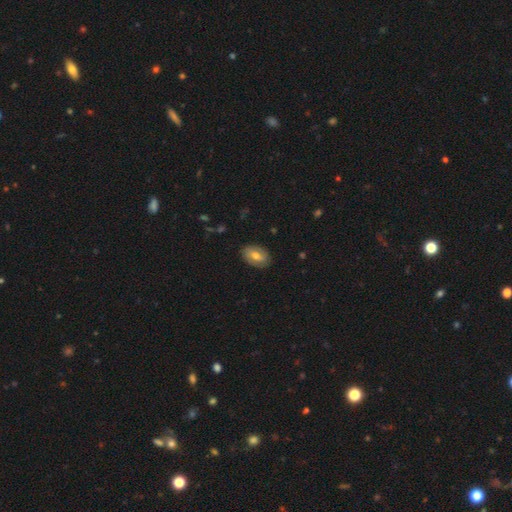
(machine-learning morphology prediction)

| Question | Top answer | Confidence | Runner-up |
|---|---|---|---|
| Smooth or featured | smooth | 49% | featured or disk (44%) |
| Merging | none | 83% | minor disturbance (13%) |